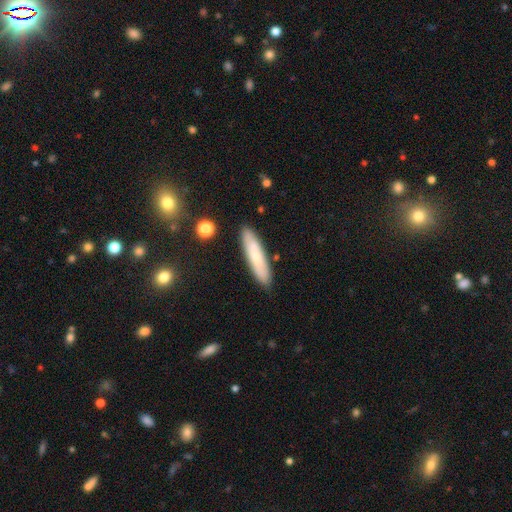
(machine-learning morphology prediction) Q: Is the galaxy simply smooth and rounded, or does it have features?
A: smooth — 68%.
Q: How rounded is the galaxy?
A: cigar-shaped — 84%.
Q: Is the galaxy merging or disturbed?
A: none — 88%.